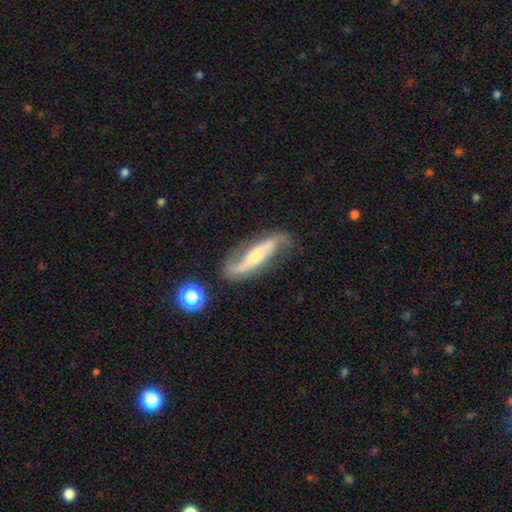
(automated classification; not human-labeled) Morphology: type=featured or disk (83%); edge-on=no (84%); bar=no (42%); spiral arms=yes (95%); winding=loose (67%); arm count=2 (91%); bulge=small (49%); merging=none (73%).